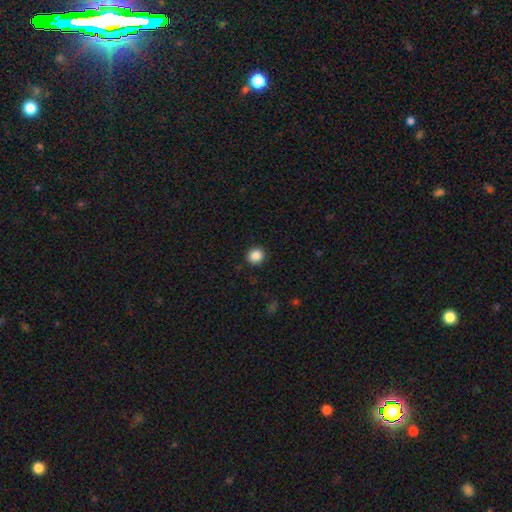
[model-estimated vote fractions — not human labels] This appears to be a smooth galaxy with no disk features (87%) that is round (90%). Merging: none (92%).